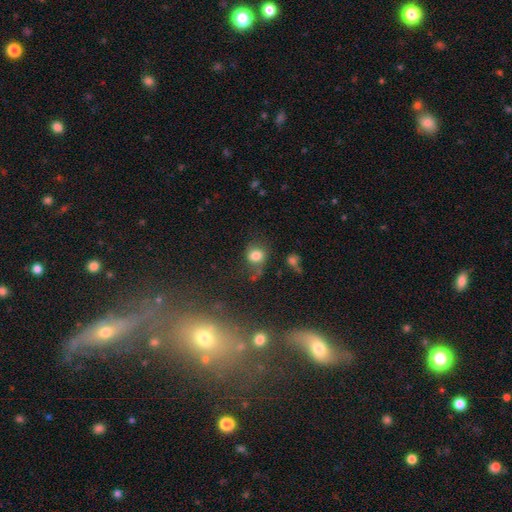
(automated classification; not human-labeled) This is likely a smooth galaxy (75%). How rounded: likely round (63%). Merging: possibly none (48%).